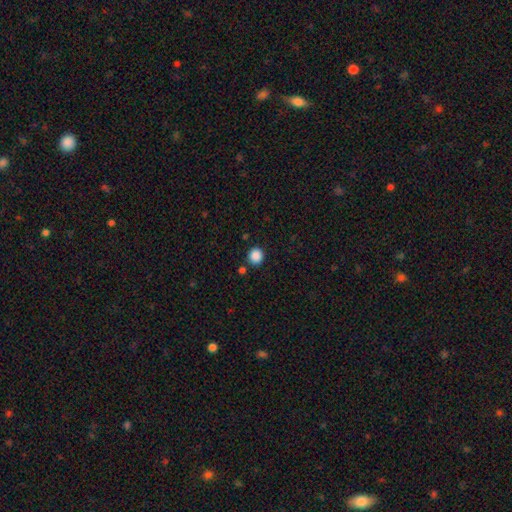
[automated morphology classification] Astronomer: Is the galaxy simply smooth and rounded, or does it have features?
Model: smooth — 87%.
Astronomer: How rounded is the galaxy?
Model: round — 87%.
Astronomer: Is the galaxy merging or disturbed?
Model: none — 87%.